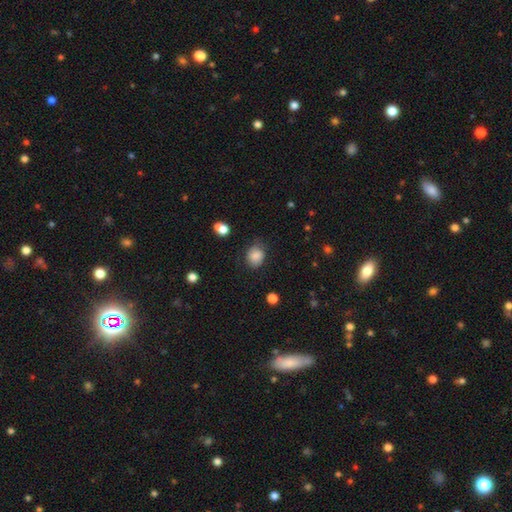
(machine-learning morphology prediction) This is clearly a smooth galaxy (83%). How rounded: possibly round (53%). Merging: likely none (69%).